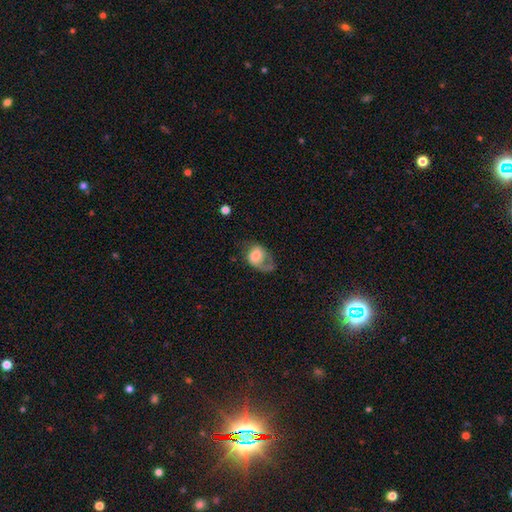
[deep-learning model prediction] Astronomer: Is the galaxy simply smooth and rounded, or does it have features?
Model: smooth — 58% (runner-up: featured or disk, 34%).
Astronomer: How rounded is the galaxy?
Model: in between — 63%.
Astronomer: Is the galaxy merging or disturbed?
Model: major disturbance — 47% (runner-up: none, 25%).